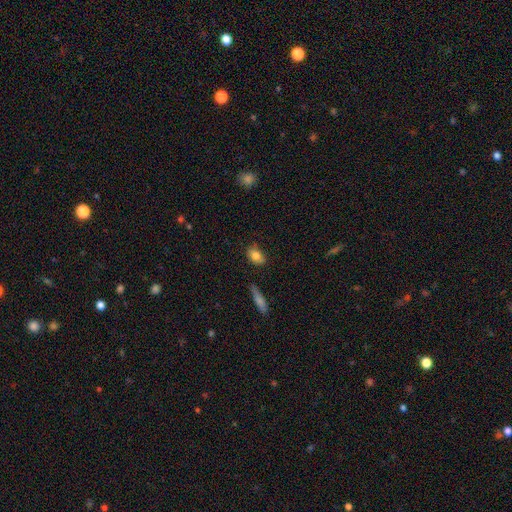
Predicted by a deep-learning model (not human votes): A smooth galaxy with no disk features (82%) that is in between round and cigar-shaped (78%). Merging: none (77%).